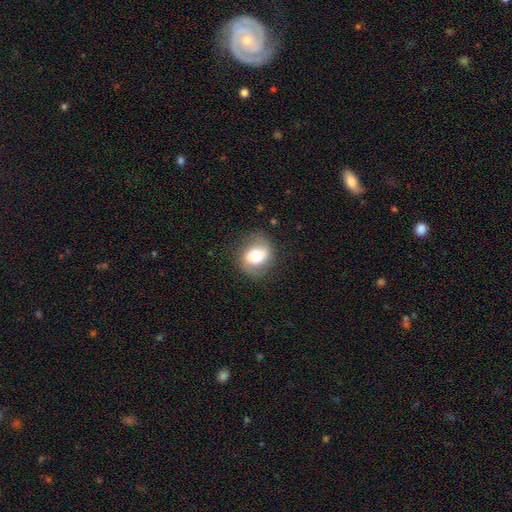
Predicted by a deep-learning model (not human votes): Smooth or featured? Predicted: smooth (p=0.54). How rounded? Predicted: round (p=0.61). Merging? Predicted: none (p=0.78).